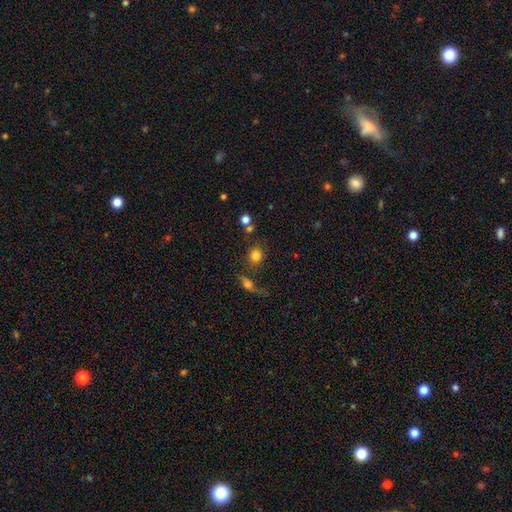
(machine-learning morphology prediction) A smooth galaxy with no disk features (79%) that is round (78%). Merging: none (67%).